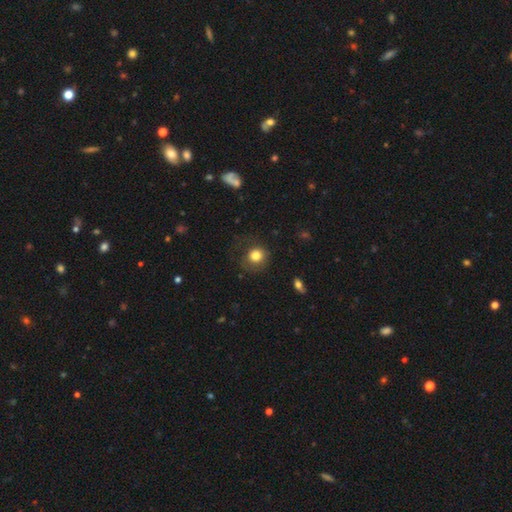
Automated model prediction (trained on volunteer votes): Morphology: type=smooth (81%); roundness=round (81%); merging=none (65%).